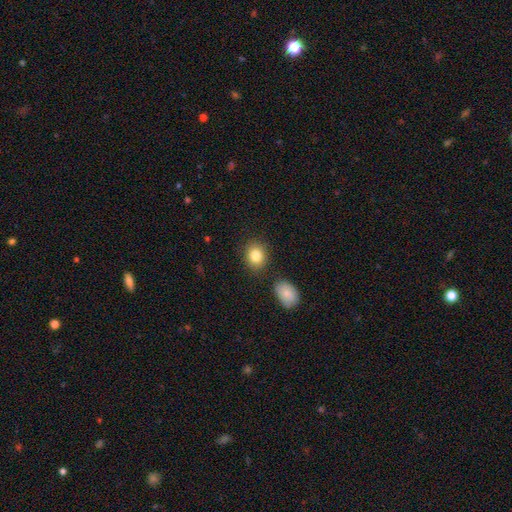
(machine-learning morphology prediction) This appears to be a smooth galaxy with no disk features (84%) that is round (55%). Merging: none (82%).